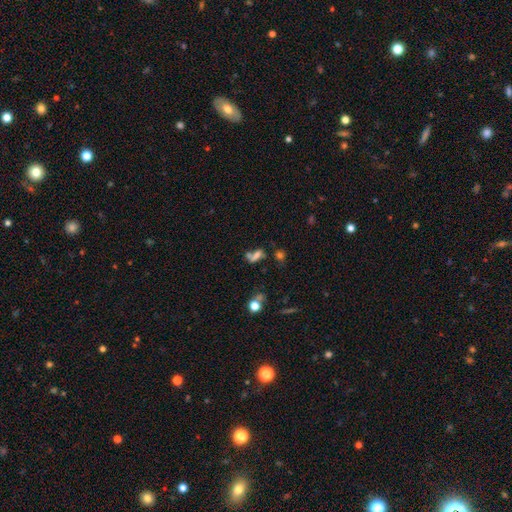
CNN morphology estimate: Smooth or featured?
  - smooth: 51% *
  - featured or disk: 27%
  - star or artifact: 22%
How rounded?
  - in between: 66% *
  - round: 21%
  - cigar-shaped: 13%
Merging?
  - merger: 38% *
  - none: 30%
  - major disturbance: 18%
  - minor disturbance: 14%